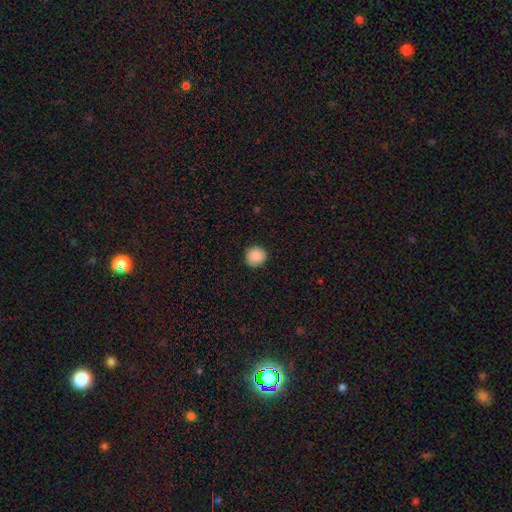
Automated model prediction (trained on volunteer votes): Smooth or featured?
  - smooth: 89% *
  - star or artifact: 8%
  - featured or disk: 3%
How rounded?
  - round: 92% *
  - in between: 7%
  - cigar-shaped: 1%
Merging?
  - none: 88% *
  - minor disturbance: 9%
  - major disturbance: 2%
  - merger: 1%